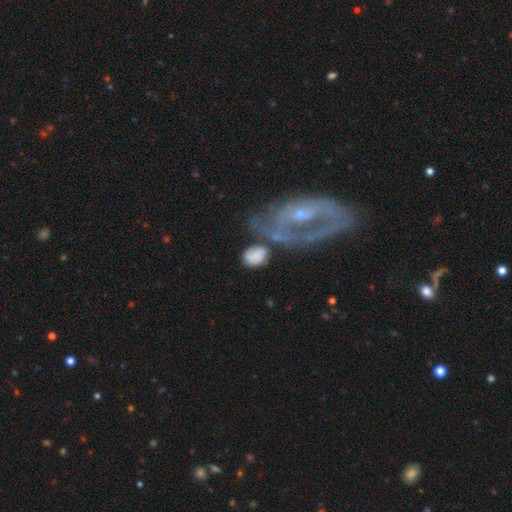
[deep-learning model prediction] Smooth or featured? Predicted: smooth (p=0.70). How rounded? Predicted: in between (p=0.69). Merging? Predicted: none (p=0.40).